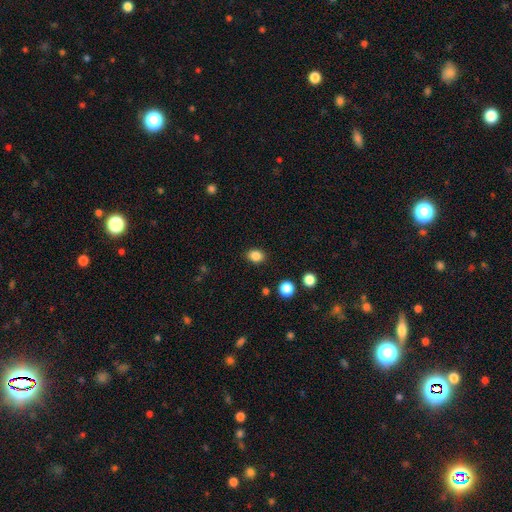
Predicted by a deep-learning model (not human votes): smooth 85%, star or artifact 11%, featured or disk 4%. Down the decision tree: how rounded — in between (57%); merging — none (87%).